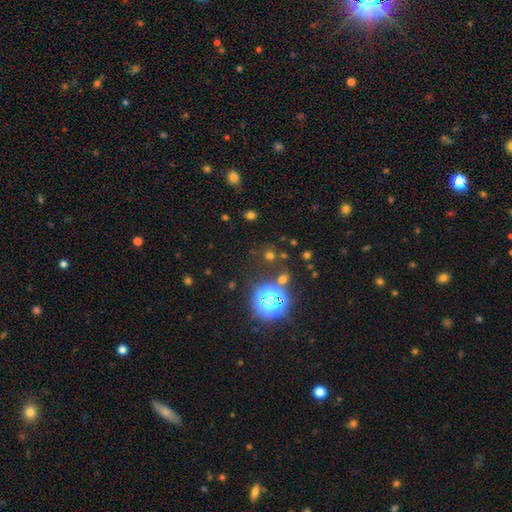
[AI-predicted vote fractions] This is likely a star or artifact rather than a galaxy (74%).